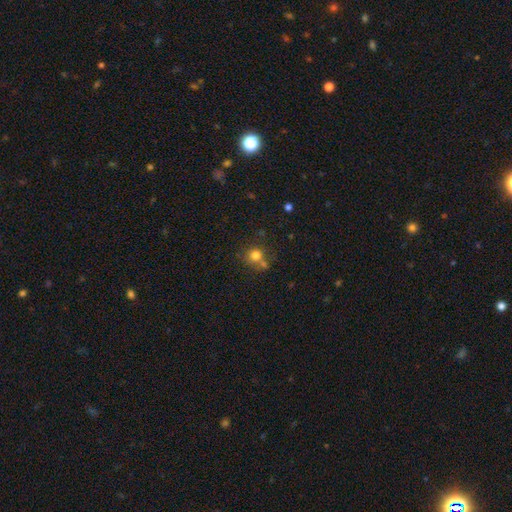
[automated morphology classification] smooth_or_featured: smooth (p=0.77) [alt: star or artifact p=0.14]
how_rounded: round (p=0.85) [alt: in between p=0.14]
merging: none (p=0.56) [alt: merger p=0.26]